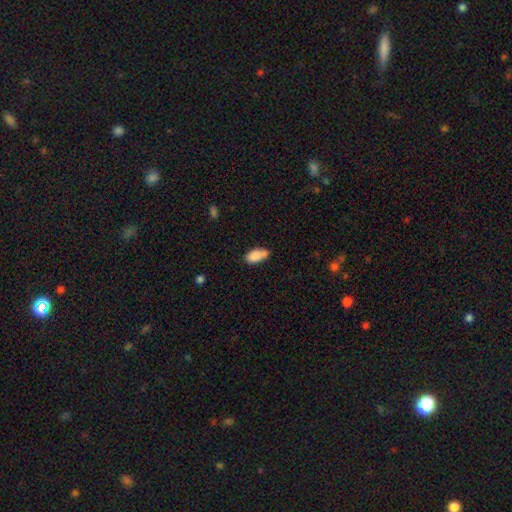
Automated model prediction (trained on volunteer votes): The model was most divided on "merging": none: 55%, minor disturbance: 29%, merger: 11%, major disturbance: 6%. More confident: how rounded — in between (91%); smooth or featured — smooth (85%).